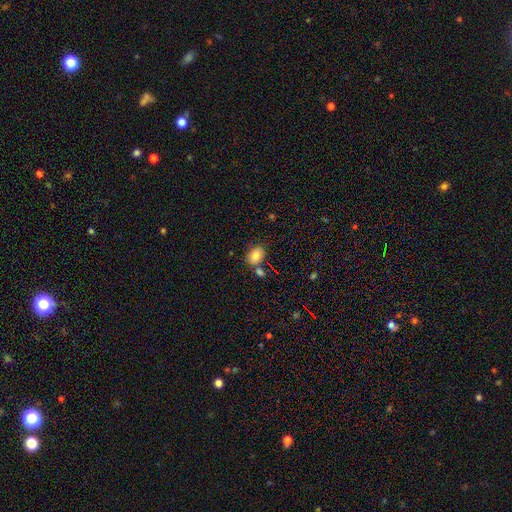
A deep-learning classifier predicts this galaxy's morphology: Overall: smooth (81%). How rounded: in between (74%). Merging: none (67%).